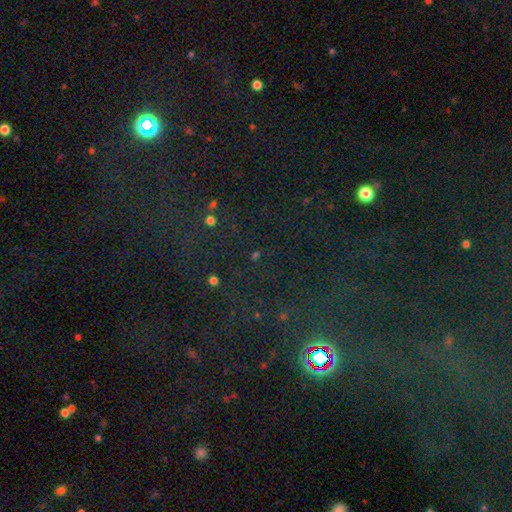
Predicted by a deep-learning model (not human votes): smooth_or_featured: star or artifact (p=0.74) [alt: smooth p=0.18]